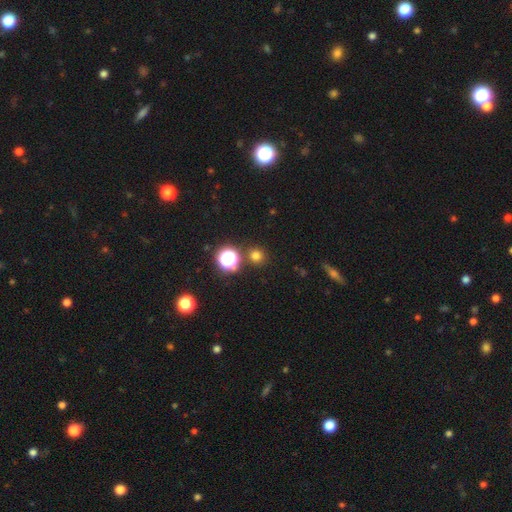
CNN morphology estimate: smooth 73%, star or artifact 22%, featured or disk 5%. Down the decision tree: how rounded — round (92%); merging — none (86%).